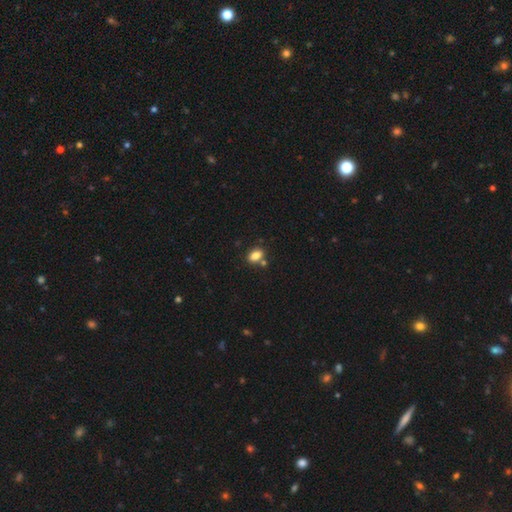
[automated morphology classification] smooth 84%, star or artifact 10%, featured or disk 7%. Down the decision tree: how rounded — in between (82%); merging — none (70%).